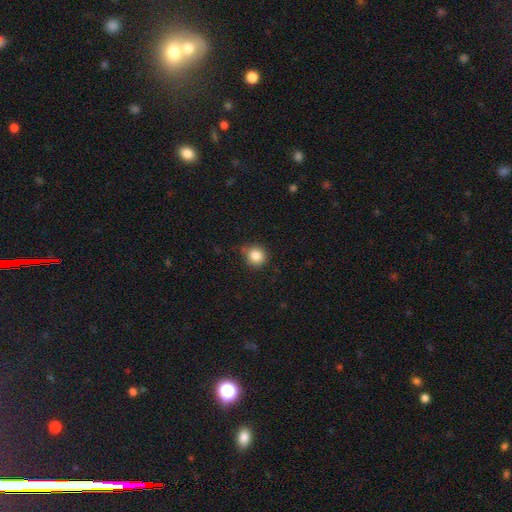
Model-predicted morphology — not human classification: Smooth or featured?
  - smooth: 85% *
  - star or artifact: 10%
  - featured or disk: 5%
How rounded?
  - round: 91% *
  - in between: 8%
  - cigar-shaped: 1%
Merging?
  - none: 81% *
  - minor disturbance: 14%
  - major disturbance: 3%
  - merger: 2%